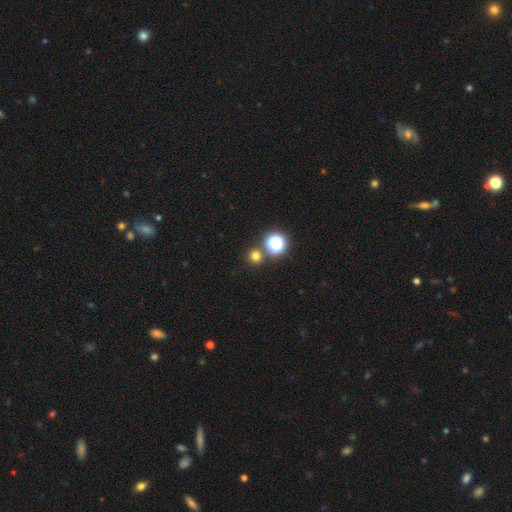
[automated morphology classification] This is likely a smooth galaxy (71%). How rounded: clearly round (92%). Merging: clearly none (80%).